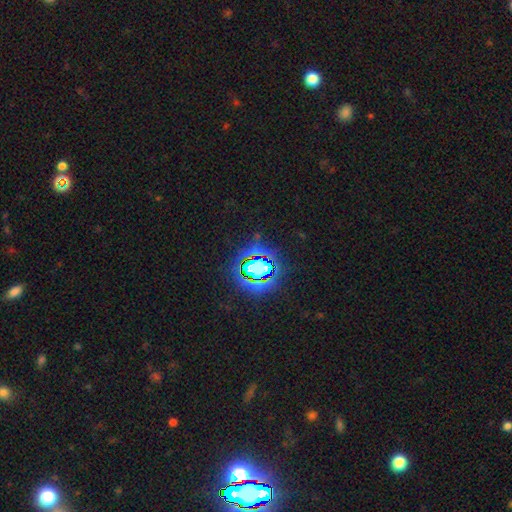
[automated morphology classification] star or artifact 83%, smooth 11%, featured or disk 7%.